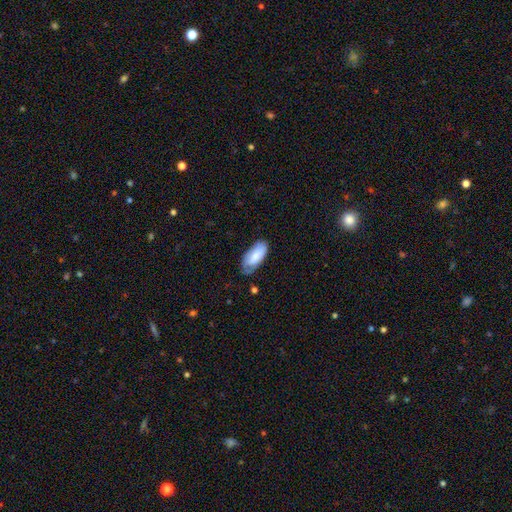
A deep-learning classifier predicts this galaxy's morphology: A smooth galaxy with no disk features (80%) that is in between round and cigar-shaped (90%).

Vote fractions:
- Smooth or featured? smooth: 80% / featured or disk: 14% / star or artifact: 6%
- How rounded? in between: 90% / cigar-shaped: 8% / round: 2%
- Merging? none: 58% / minor disturbance: 32% / major disturbance: 8% / merger: 2%